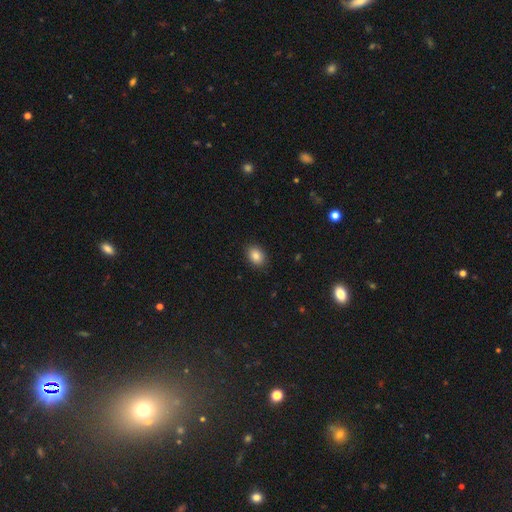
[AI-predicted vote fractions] Smooth or featured: smooth — 85% (star or artifact — 9%)
How rounded: in between — 69% (round — 30%)
Merging: none — 89% (minor disturbance — 8%)